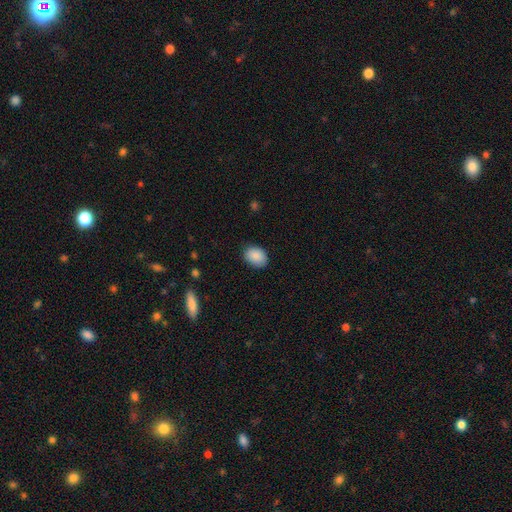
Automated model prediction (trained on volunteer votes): Smooth or featured?
  - smooth: 89% *
  - star or artifact: 7%
  - featured or disk: 4%
How rounded?
  - in between: 76% *
  - round: 23%
  - cigar-shaped: 1%
Merging?
  - none: 83% *
  - minor disturbance: 13%
  - major disturbance: 3%
  - merger: 1%